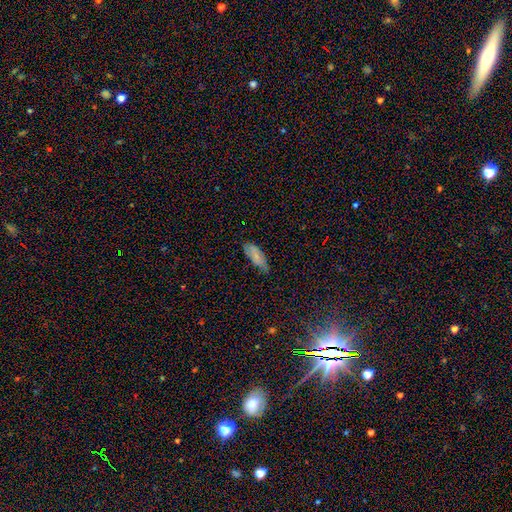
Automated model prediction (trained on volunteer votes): The model was most divided on "merging": none: 66%, minor disturbance: 27%, major disturbance: 5%, merger: 2%. More confident: smooth or featured — smooth (73%); how rounded — in between (73%).